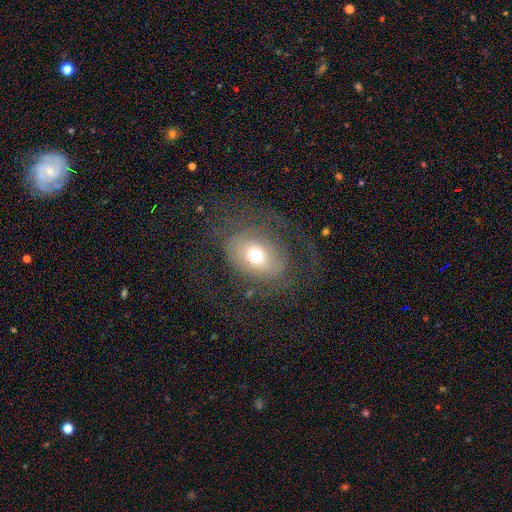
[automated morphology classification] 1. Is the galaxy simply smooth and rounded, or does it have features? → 54% smooth, 35% featured or disk, 11% star or artifact.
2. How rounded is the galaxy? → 58% in between, 41% round, 1% cigar-shaped.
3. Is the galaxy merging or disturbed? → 47% none, 33% major disturbance, 18% minor disturbance, 2% merger.